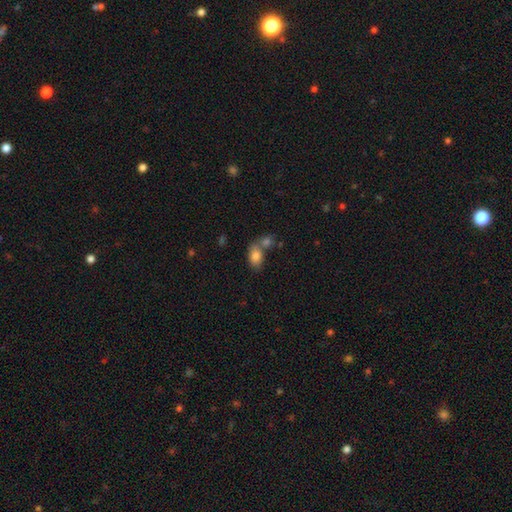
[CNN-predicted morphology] This is clearly a smooth galaxy (81%). How rounded: clearly in between (85%). Merging: marginally merger (42%).